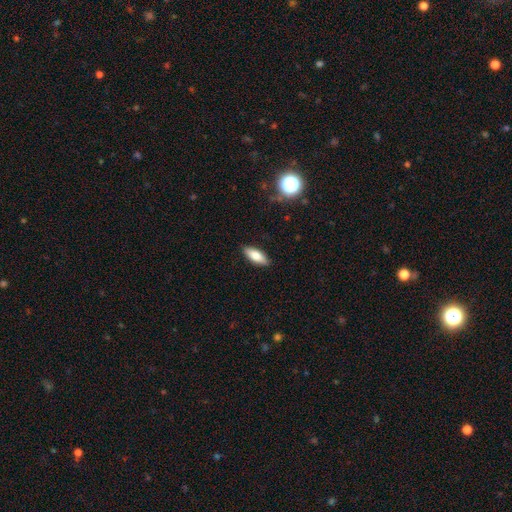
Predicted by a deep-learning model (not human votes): Smooth or featured? smooth (76%)
How rounded? in between (73%)
Merging? none (88%)